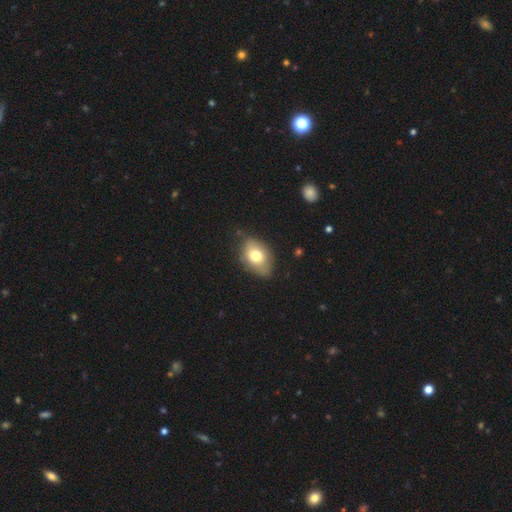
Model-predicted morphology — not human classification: Q: Smooth or featured?
A: smooth (72%); runner-up: featured or disk (20%)
Q: How rounded?
A: in between (85%); runner-up: round (13%)
Q: Merging?
A: none (71%); runner-up: minor disturbance (23%)